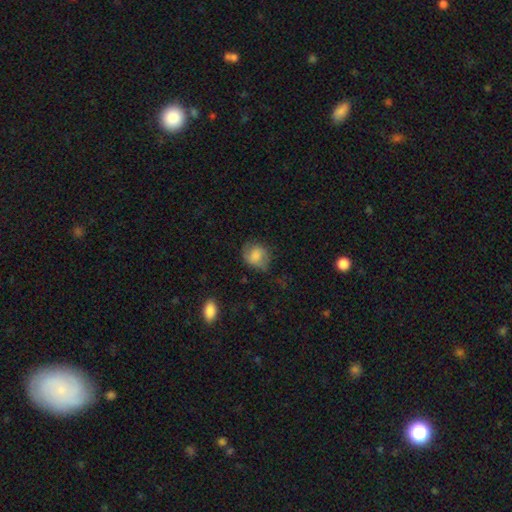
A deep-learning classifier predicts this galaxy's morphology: A smooth galaxy with no disk features (74%) that is round (60%).

Vote fractions:
- Smooth or featured? smooth: 74% / featured or disk: 18% / star or artifact: 9%
- How rounded? round: 60% / in between: 39% / cigar-shaped: 1%
- Merging? none: 55% / minor disturbance: 30% / major disturbance: 14% / merger: 2%